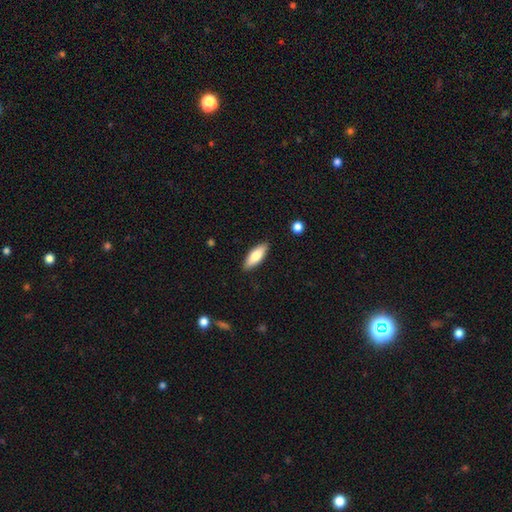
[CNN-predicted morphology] Smooth or featured? smooth (73%)
How rounded? in between (64%)
Merging? none (89%)